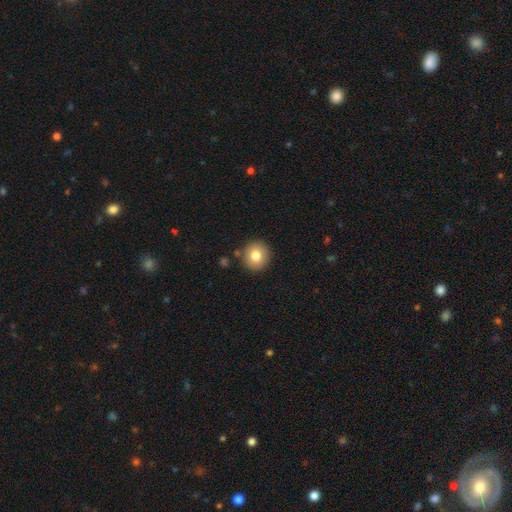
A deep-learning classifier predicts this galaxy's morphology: This appears to be a smooth galaxy with no disk features (80%) that is round (90%). Merging: none (87%).